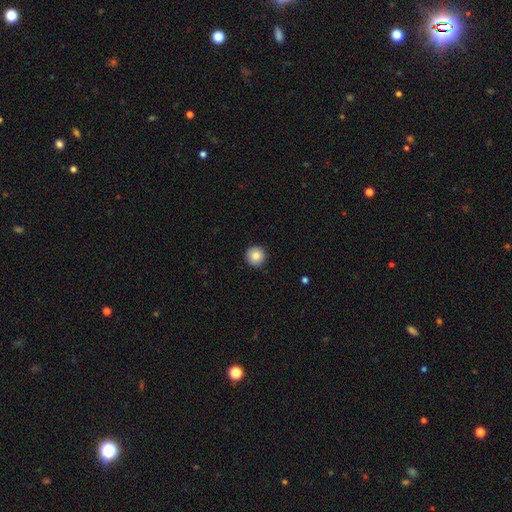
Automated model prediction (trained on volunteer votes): Morphology: type=smooth (85%); roundness=round (96%); merging=none (92%).